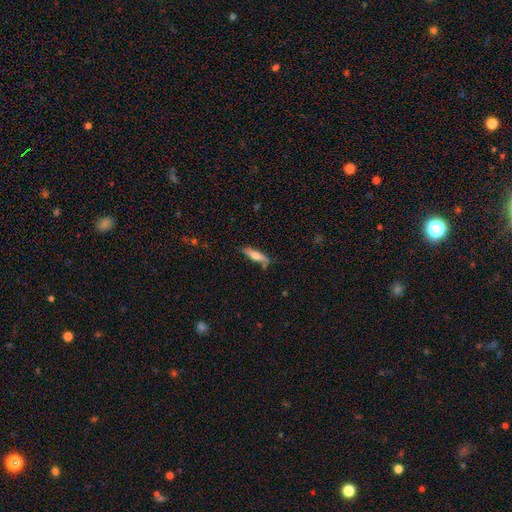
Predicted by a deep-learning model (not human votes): smooth_or_featured: smooth (p=0.67) [alt: featured or disk p=0.27]
how_rounded: cigar-shaped (p=0.76) [alt: in between p=0.22]
merging: none (p=0.74) [alt: minor disturbance p=0.18]